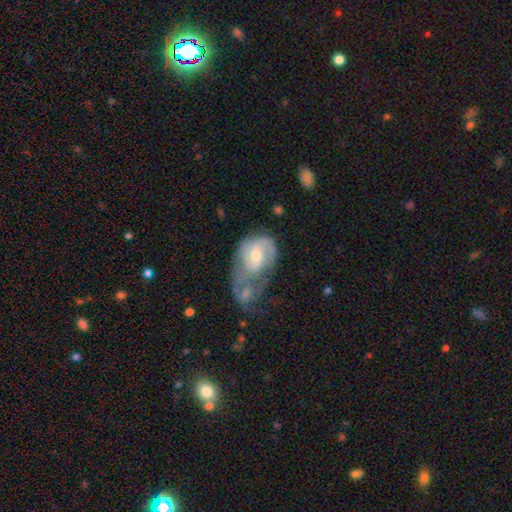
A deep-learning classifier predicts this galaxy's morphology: smooth-or-featured: featured or disk: 68% | smooth: 25% | star or artifact: 6%
  disk-edge-on: no: 97% | yes: 3%
    bar: no: 48% | weak: 42% | strong: 10%
    has-spiral-arms: yes: 81% | no: 19%
      spiral-winding: medium: 41% | tight: 39% | loose: 20%
      spiral-arm-count: 2: 53% | can't tell: 26% | 1: 12% | 3: 5% | 4: 2% | more than 4: 2%
    bulge-size: moderate: 52% | small: 42% | large: 3% | none: 2% | dominant: 1%
  merging: merger: 52% | major disturbance: 17% | none: 17% | minor disturbance: 13%